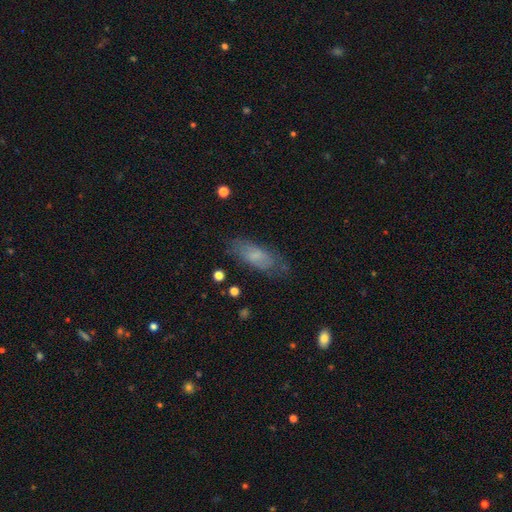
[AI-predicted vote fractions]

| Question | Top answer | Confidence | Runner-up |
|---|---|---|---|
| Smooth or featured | smooth | 65% | featured or disk (27%) |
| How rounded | in between | 73% | cigar-shaped (24%) |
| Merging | none | 69% | minor disturbance (21%) |